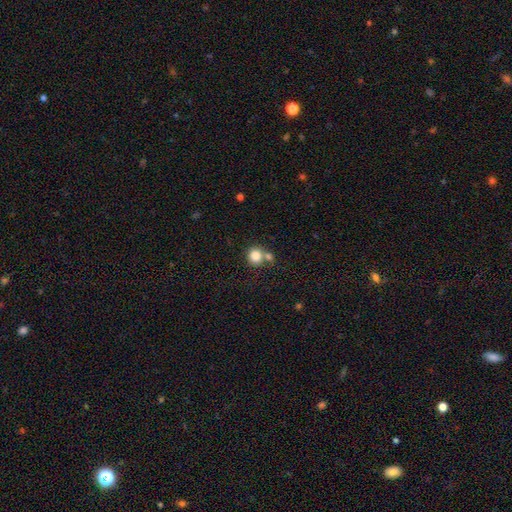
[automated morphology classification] Smooth or featured? Predicted: smooth (p=0.83). How rounded? Predicted: round (p=0.86). Merging? Predicted: none (p=0.55).